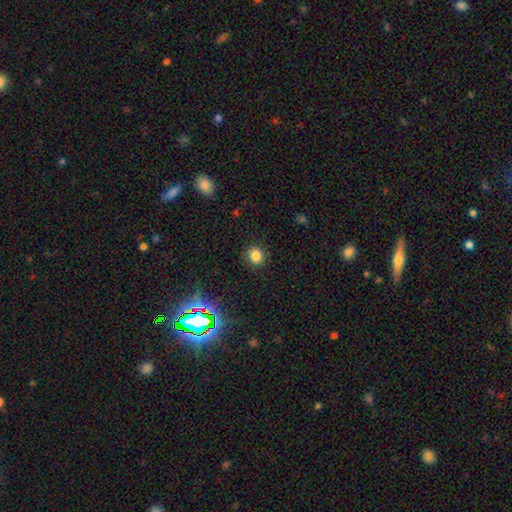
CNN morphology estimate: The model was most divided on "how rounded": round: 76%, in between: 23%, cigar-shaped: 1%. More confident: merging — none (88%); smooth or featured — smooth (81%).